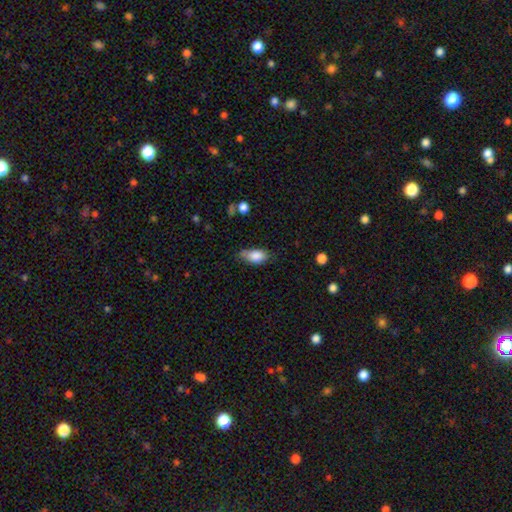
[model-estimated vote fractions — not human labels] smooth 85%, featured or disk 8%, star or artifact 8%. Down the decision tree: how rounded — in between (90%); merging — none (52%).